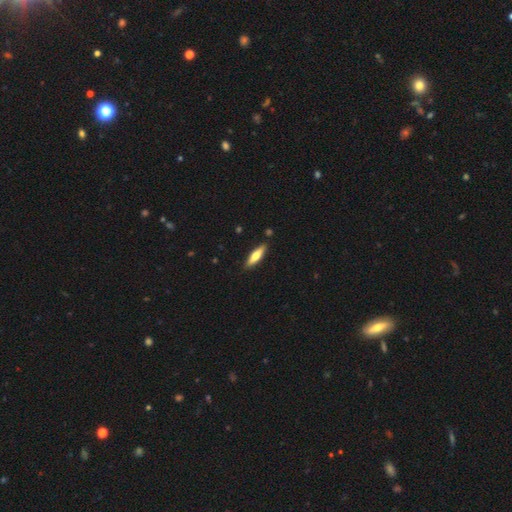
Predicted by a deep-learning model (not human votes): Smooth or featured?
  - smooth: 58% *
  - featured or disk: 37%
  - star or artifact: 5%
How rounded?
  - cigar-shaped: 67% *
  - in between: 31%
  - round: 2%
Merging?
  - none: 87% *
  - minor disturbance: 9%
  - merger: 2%
  - major disturbance: 2%